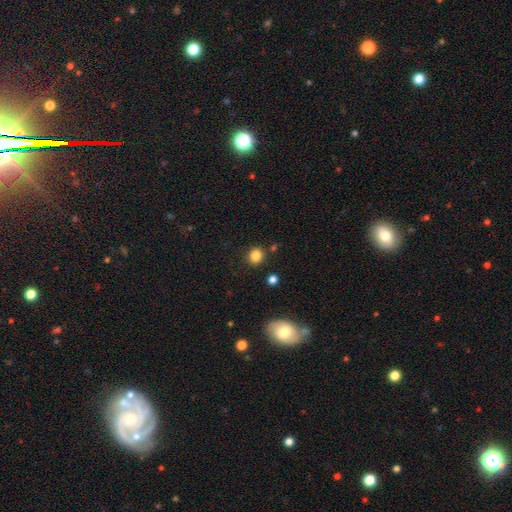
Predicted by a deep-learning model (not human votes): A smooth galaxy with no disk features (84%) that is round (82%).

Vote fractions:
- Smooth or featured? smooth: 84% / star or artifact: 11% / featured or disk: 5%
- How rounded? round: 82% / in between: 17% / cigar-shaped: 1%
- Merging? none: 84% / minor disturbance: 9% / merger: 4% / major disturbance: 3%